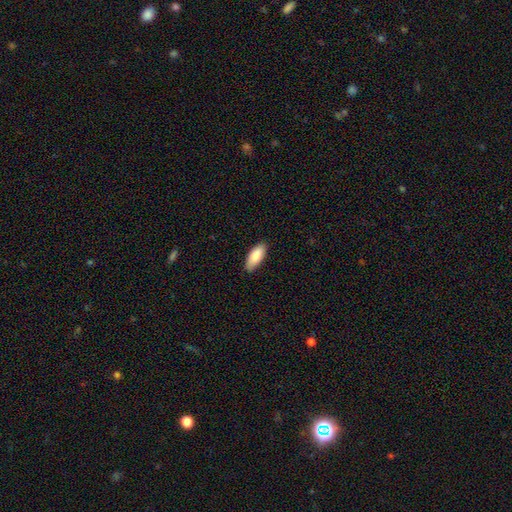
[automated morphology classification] Smooth or featured?
  - smooth: 85% *
  - featured or disk: 9%
  - star or artifact: 6%
How rounded?
  - in between: 83% *
  - cigar-shaped: 16%
  - round: 2%
Merging?
  - none: 86% *
  - minor disturbance: 12%
  - major disturbance: 2%
  - merger: 1%